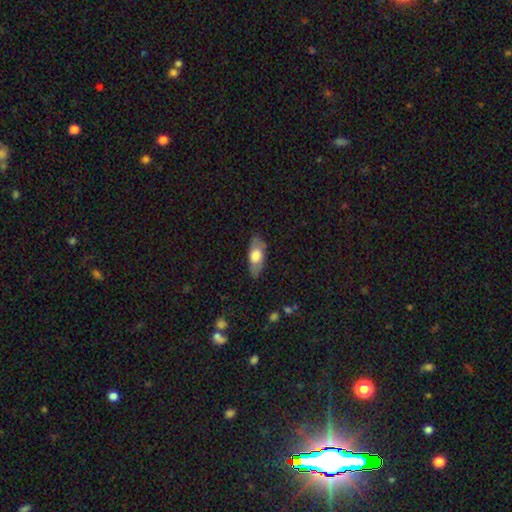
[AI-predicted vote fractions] Smooth or featured: smooth — 60% (featured or disk — 34%)
How rounded: in between — 79% (cigar-shaped — 17%)
Merging: none — 78% (minor disturbance — 16%)